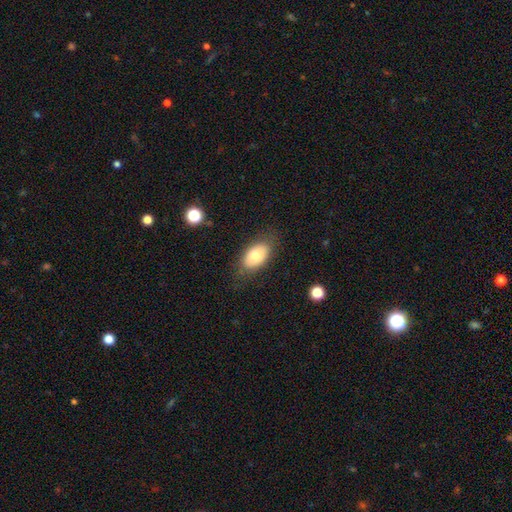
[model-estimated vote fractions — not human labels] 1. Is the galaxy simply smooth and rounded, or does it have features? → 73% smooth, 20% featured or disk, 7% star or artifact.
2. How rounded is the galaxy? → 91% in between, 8% round, 2% cigar-shaped.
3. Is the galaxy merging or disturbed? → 79% none, 14% minor disturbance, 5% major disturbance, 1% merger.